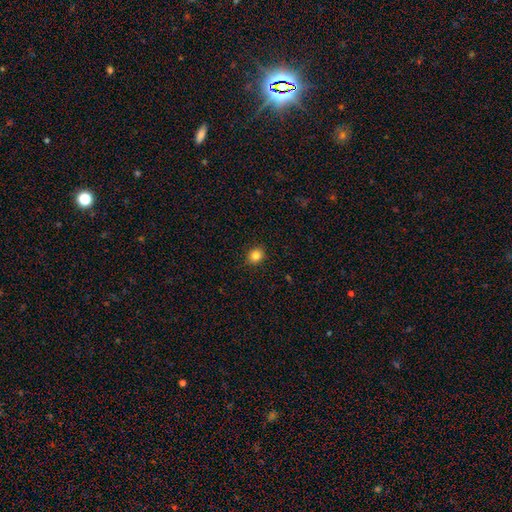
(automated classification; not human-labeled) A smooth galaxy with no disk features (83%) that is round (76%). Merging: none (90%).